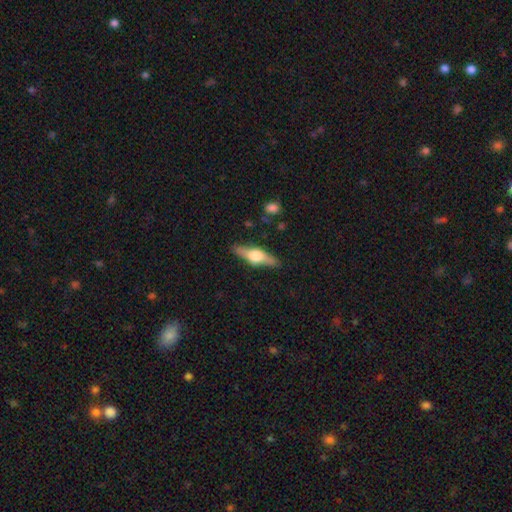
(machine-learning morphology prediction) Smooth or featured: featured or disk — 62% (smooth — 32%)
Edge-on disk: yes — 94% (no — 6%)
Edge-on bulge: rounded — 94% (boxy — 5%)
Merging: none — 87% (minor disturbance — 9%)